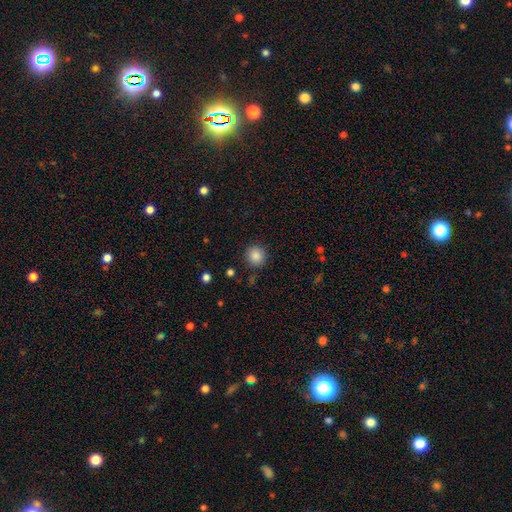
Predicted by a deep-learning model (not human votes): The model was most divided on "smooth or featured": smooth: 86%, star or artifact: 10%, featured or disk: 4%. More confident: how rounded — round (92%); merging — none (89%).